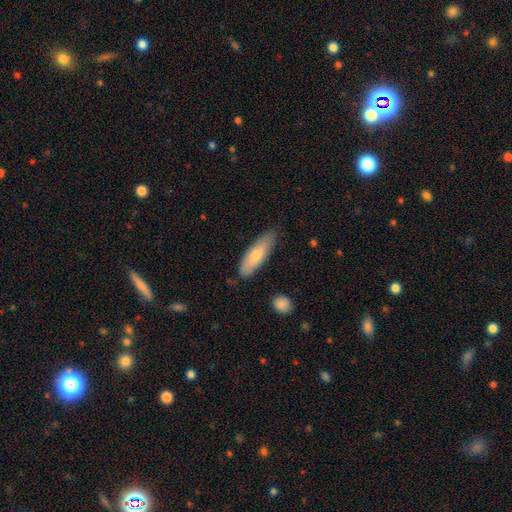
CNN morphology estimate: Q: Smooth or featured?
A: smooth (71%); runner-up: featured or disk (23%)
Q: How rounded?
A: cigar-shaped (50%); runner-up: in between (49%)
Q: Merging?
A: none (79%); runner-up: minor disturbance (16%)